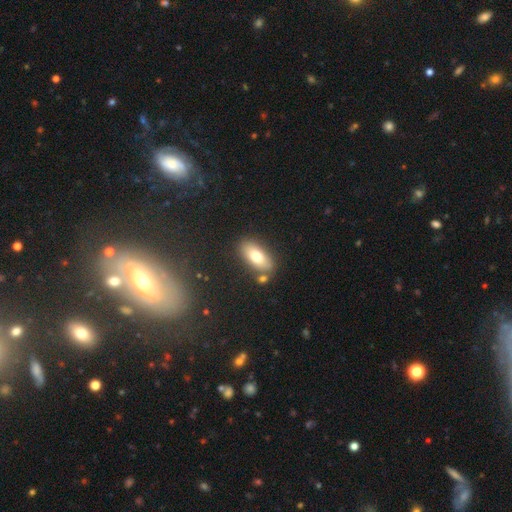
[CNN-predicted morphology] Overall: smooth (75%). How rounded: in between (87%). Merging: none (78%).